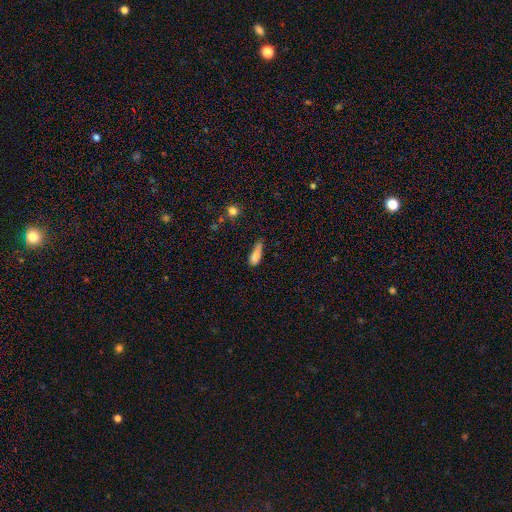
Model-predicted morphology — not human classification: A smooth galaxy with no disk features (80%) that is in between round and cigar-shaped (55%).

Vote fractions:
- Smooth or featured? smooth: 80% / featured or disk: 11% / star or artifact: 9%
- How rounded? in between: 55% / cigar-shaped: 43% / round: 3%
- Merging? minor disturbance: 40% / none: 39% / major disturbance: 15% / merger: 7%